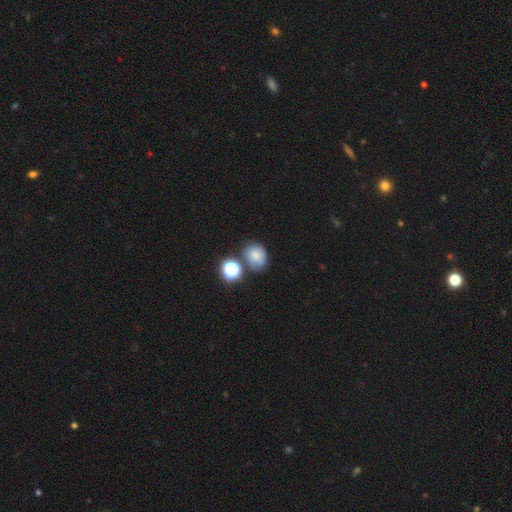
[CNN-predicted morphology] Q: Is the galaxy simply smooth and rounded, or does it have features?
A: smooth — 73%.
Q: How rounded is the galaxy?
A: round — 58%.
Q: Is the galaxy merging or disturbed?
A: none — 60%.